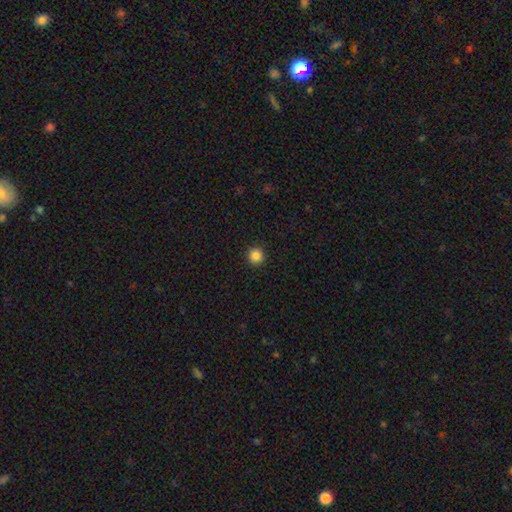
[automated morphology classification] smooth-or-featured: smooth: 86% | star or artifact: 11% | featured or disk: 3%
  how-rounded: round: 95% | in between: 4% | cigar-shaped: 1%
  merging: none: 93% | minor disturbance: 4% | major disturbance: 2% | merger: 1%